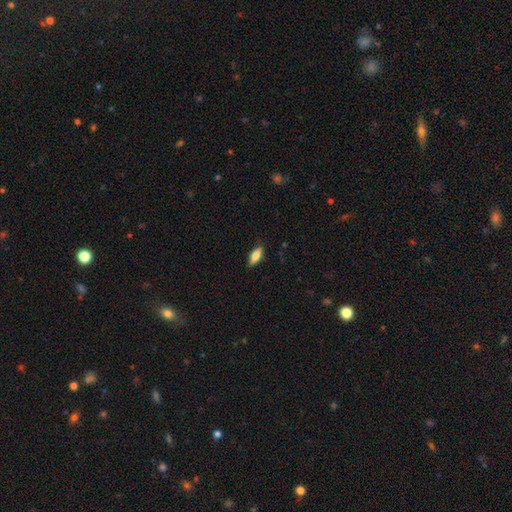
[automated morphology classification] This appears to be a smooth galaxy with no disk features (74%) that is in between round and cigar-shaped (73%). Merging: none (86%).